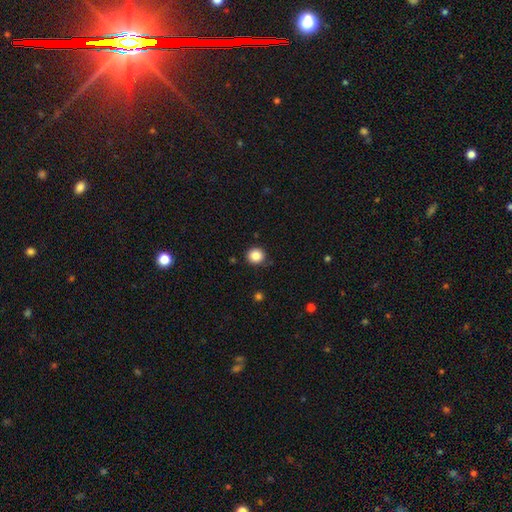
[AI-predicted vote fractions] A smooth galaxy with no disk features (85%) that is round (91%). Merging: none (89%).